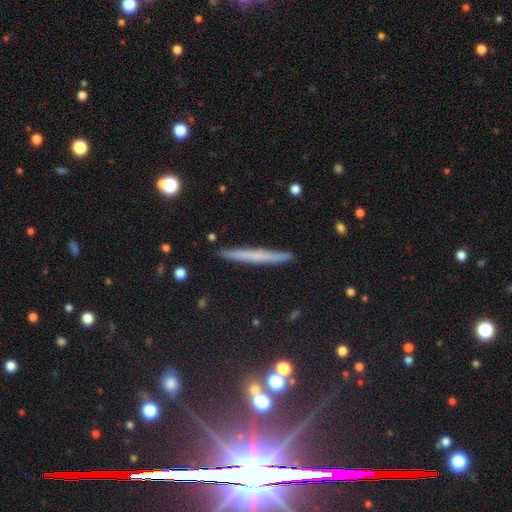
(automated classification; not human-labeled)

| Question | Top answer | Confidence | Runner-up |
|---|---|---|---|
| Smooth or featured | smooth | 51% | featured or disk (39%) |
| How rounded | cigar-shaped | 96% | in between (2%) |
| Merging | none | 91% | minor disturbance (7%) |